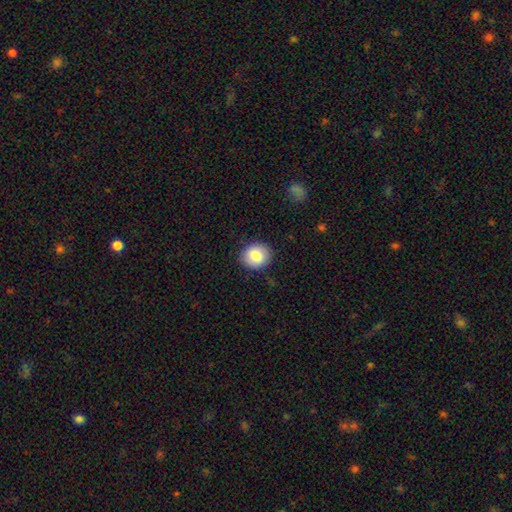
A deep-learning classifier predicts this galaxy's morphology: Smooth or featured?
  - smooth: 84% *
  - featured or disk: 9%
  - star or artifact: 8%
How rounded?
  - round: 72% *
  - in between: 27%
  - cigar-shaped: 1%
Merging?
  - none: 88% *
  - minor disturbance: 9%
  - major disturbance: 2%
  - merger: 1%